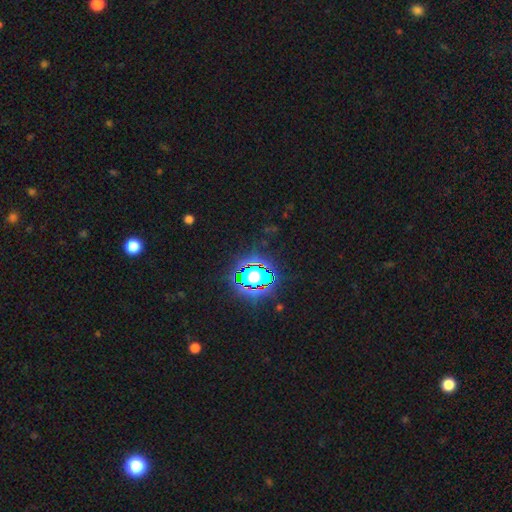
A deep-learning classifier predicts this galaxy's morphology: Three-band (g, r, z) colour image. It shows a star or artifact, not a galaxy (84%).